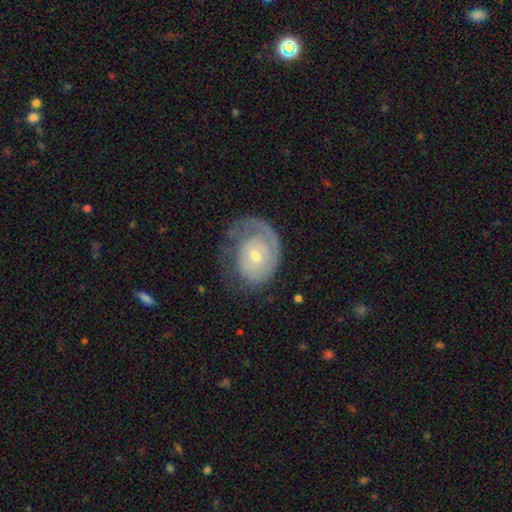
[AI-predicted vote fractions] Smooth or featured: featured or disk — 68% (smooth — 26%)
Edge-on disk: no — 96% (yes — 4%)
Bar: no — 75% (weak — 22%)
Spiral arms: yes — 75% (no — 25%)
Bulge size: small — 64% (moderate — 32%)
Merging: none — 46% (major disturbance — 28%)